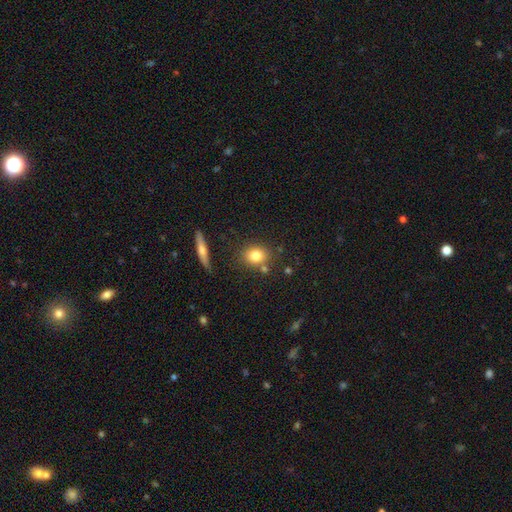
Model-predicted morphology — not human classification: The model was most divided on "how rounded": round: 58%, in between: 40%, cigar-shaped: 2%. More confident: smooth or featured — smooth (79%); merging — none (75%).